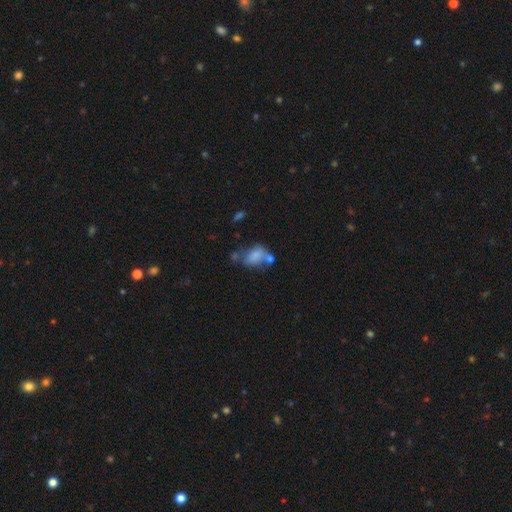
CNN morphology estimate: Smooth or featured? smooth (69%)
How rounded? in between (79%)
Merging? merger (39%)